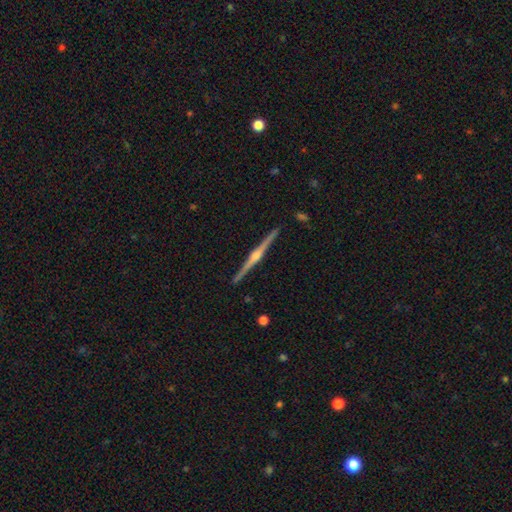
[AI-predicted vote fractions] This is clearly a featured or disk galaxy (86%). It is clearly viewed edge-on (99%). Edge-on bulge: clearly rounded (88%). Merging: clearly none (92%).